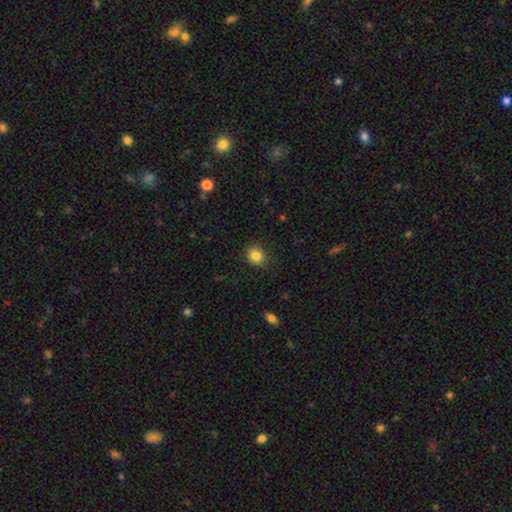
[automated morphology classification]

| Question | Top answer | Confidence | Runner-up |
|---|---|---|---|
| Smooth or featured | smooth | 84% | star or artifact (10%) |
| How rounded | round | 72% | in between (27%) |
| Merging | none | 86% | minor disturbance (11%) |